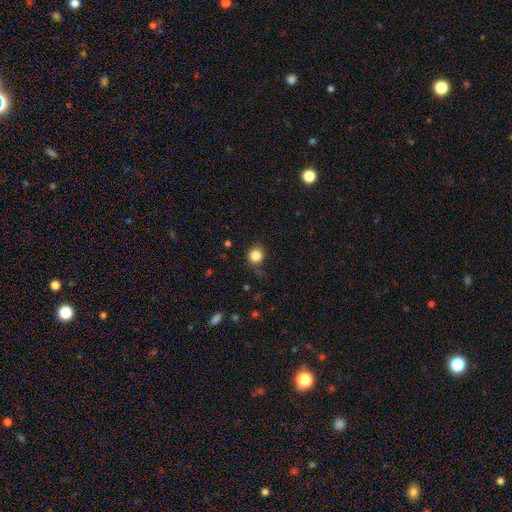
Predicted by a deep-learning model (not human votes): smooth_or_featured: smooth (p=0.84) [alt: star or artifact p=0.11]
how_rounded: round (p=0.88) [alt: in between p=0.11]
merging: none (p=0.81) [alt: minor disturbance p=0.13]